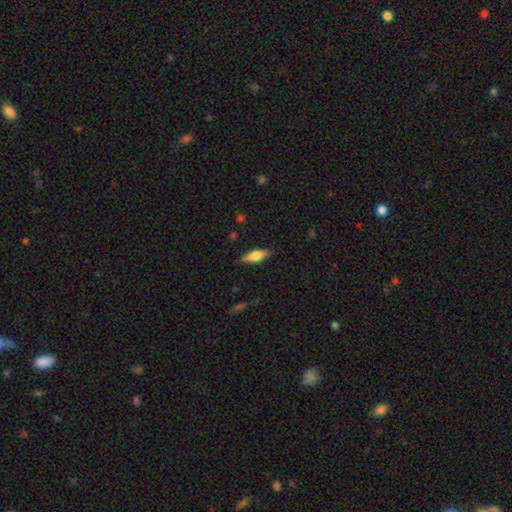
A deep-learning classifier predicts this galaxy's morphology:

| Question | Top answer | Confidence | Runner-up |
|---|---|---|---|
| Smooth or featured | smooth | 69% | featured or disk (25%) |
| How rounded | in between | 67% | cigar-shaped (30%) |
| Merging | none | 83% | minor disturbance (13%) |